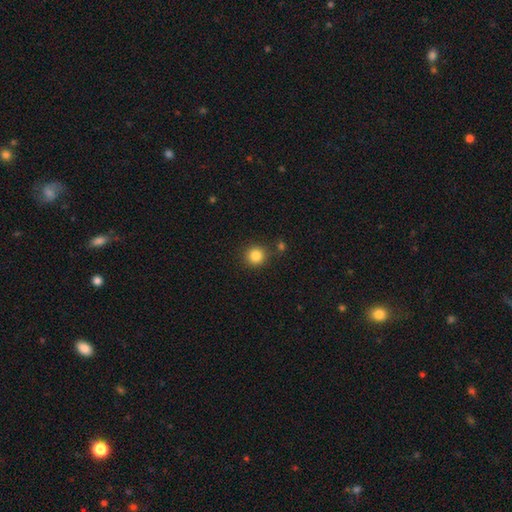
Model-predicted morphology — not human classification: A smooth galaxy with no disk features (84%) that is round (93%). Merging: none (84%).